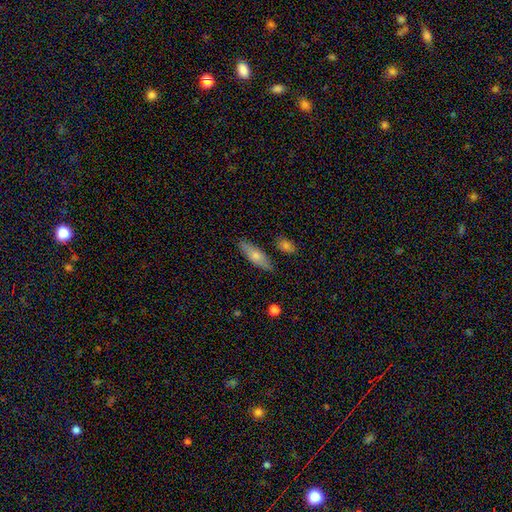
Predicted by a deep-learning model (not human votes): smooth-or-featured: smooth: 67% | featured or disk: 27% | star or artifact: 6%
  how-rounded: in between: 50% | cigar-shaped: 48% | round: 3%
  merging: none: 83% | minor disturbance: 12% | merger: 3% | major disturbance: 2%